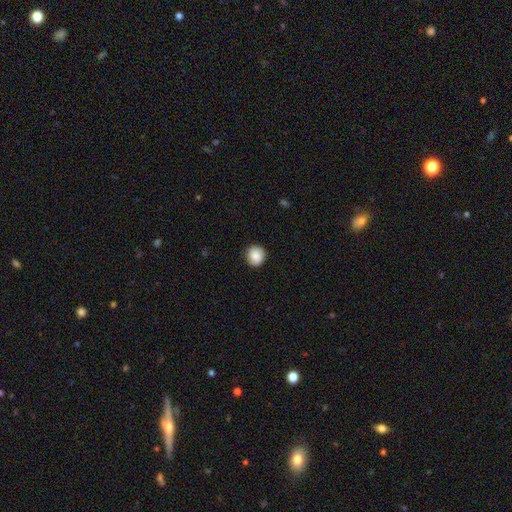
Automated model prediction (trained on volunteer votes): A smooth galaxy with no disk features (86%) that is round (88%). Merging: none (88%).